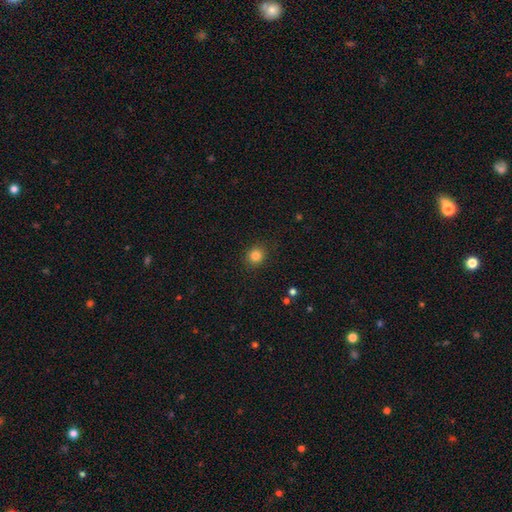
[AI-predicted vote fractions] Smooth or featured? smooth (83%)
How rounded? round (83%)
Merging? none (89%)